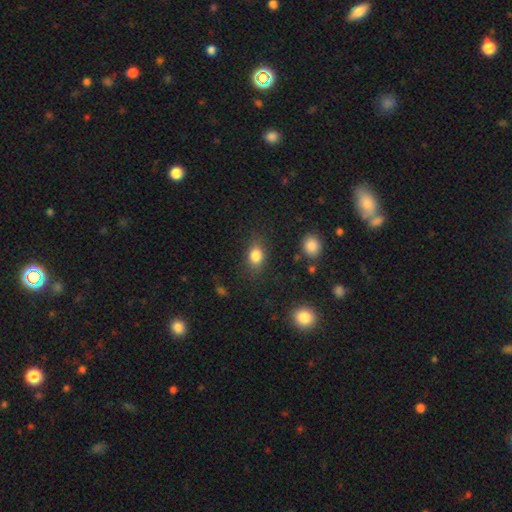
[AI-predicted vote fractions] smooth-or-featured: smooth: 83% | star or artifact: 10% | featured or disk: 7%
  how-rounded: in between: 66% | round: 31% | cigar-shaped: 2%
  merging: none: 78% | minor disturbance: 15% | major disturbance: 5% | merger: 2%